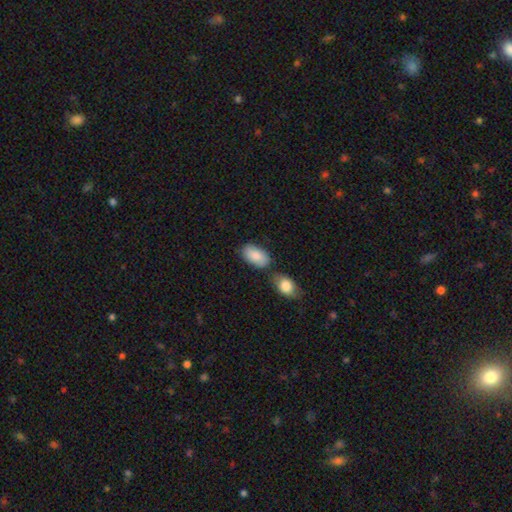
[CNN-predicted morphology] Overall: smooth (87%). How rounded: in between (94%). Merging: none (60%).